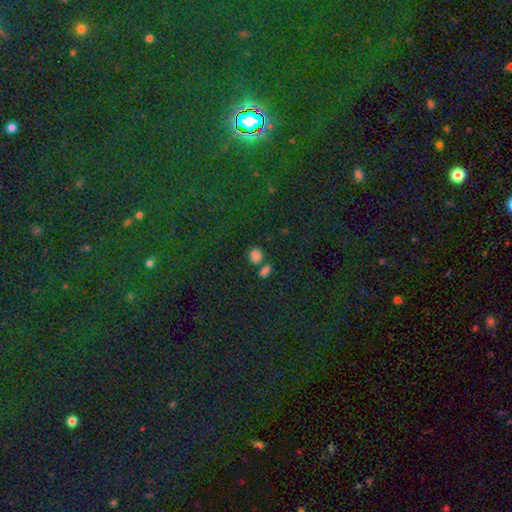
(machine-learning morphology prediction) smooth_or_featured: smooth (p=0.76) [alt: star or artifact p=0.19]
how_rounded: round (p=0.59) [alt: in between p=0.39]
merging: none (p=0.63) [alt: merger p=0.21]